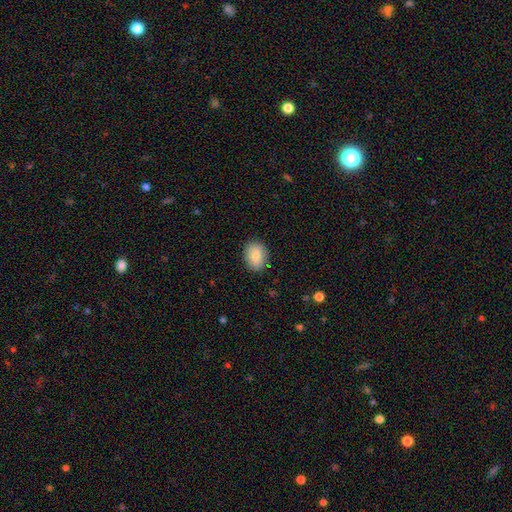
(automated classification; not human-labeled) smooth 82%, featured or disk 10%, star or artifact 7%. Down the decision tree: how rounded — in between (69%); merging — none (85%).